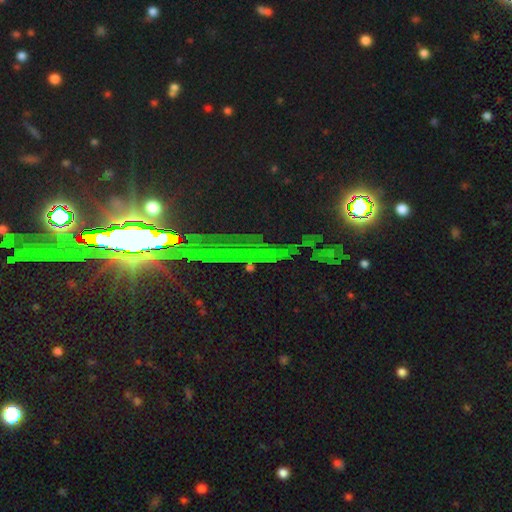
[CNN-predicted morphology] A star or artifact, not a galaxy (76%).